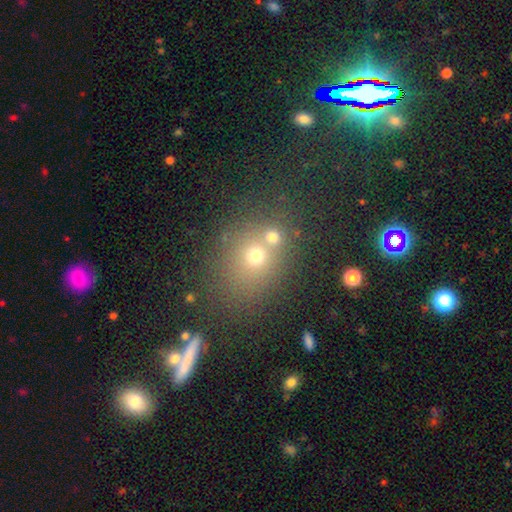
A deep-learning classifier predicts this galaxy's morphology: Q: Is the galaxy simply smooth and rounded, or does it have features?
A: smooth — 63%.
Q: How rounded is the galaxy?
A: round — 69%.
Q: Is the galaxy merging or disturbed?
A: none — 51%.